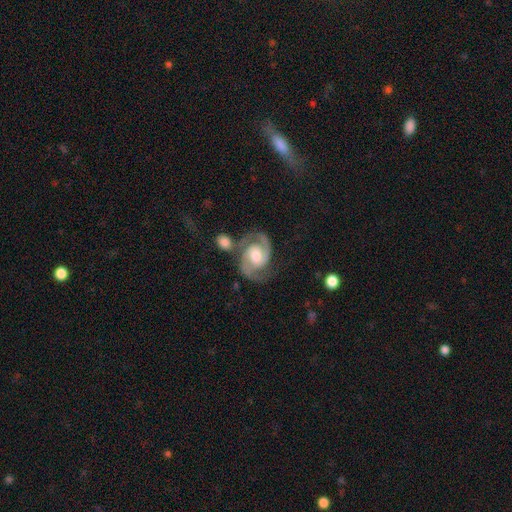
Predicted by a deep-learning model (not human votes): Smooth or featured? Predicted: featured or disk (p=0.90). Edge-on disk? Predicted: no (p=0.98). Bar? Predicted: no (p=0.52). Spiral arms? Predicted: yes (p=0.98). Spiral winding? Predicted: medium (p=0.54). Spiral arm count? Predicted: 2 (p=0.93). Bulge size? Predicted: moderate (p=0.69). Merging? Predicted: none (p=0.64).